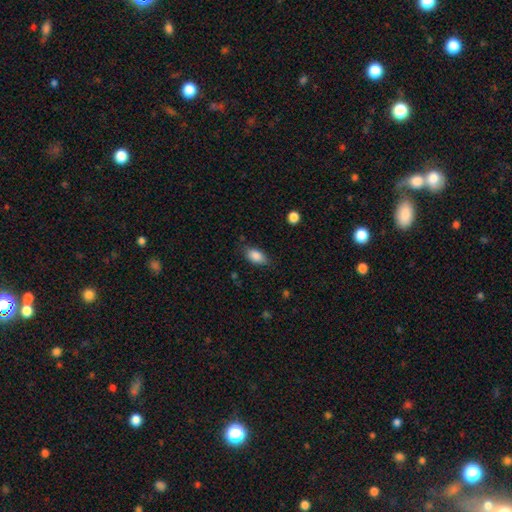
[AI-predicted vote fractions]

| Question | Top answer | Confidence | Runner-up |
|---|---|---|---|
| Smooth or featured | smooth | 86% | star or artifact (7%) |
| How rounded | in between | 90% | round (5%) |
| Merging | none | 77% | minor disturbance (18%) |